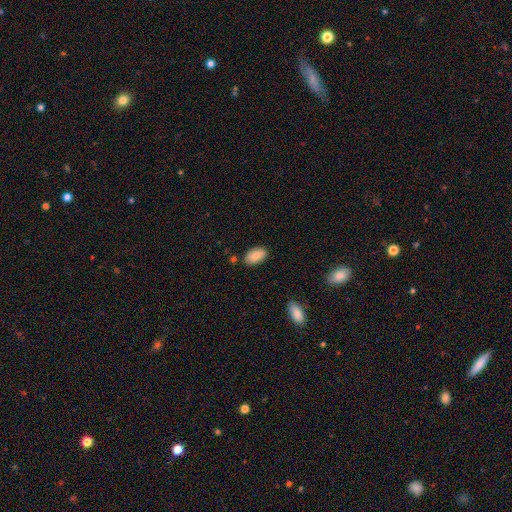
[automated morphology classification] The model was most divided on "merging": none: 83%, minor disturbance: 12%, merger: 3%, major disturbance: 2%. More confident: how rounded — in between (94%); smooth or featured — smooth (83%).